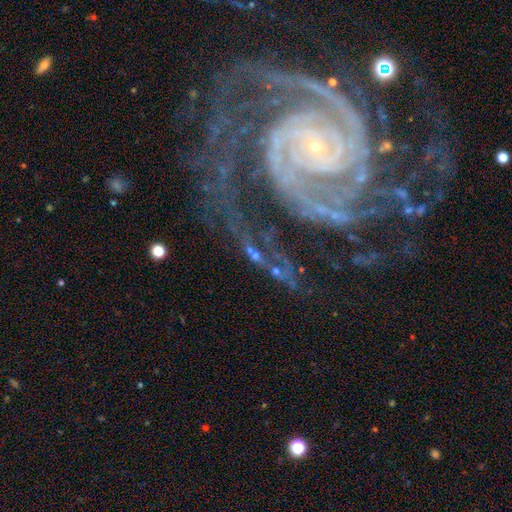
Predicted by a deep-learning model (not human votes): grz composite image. It shows a featured or disk galaxy (44%). Merging: none (52%).